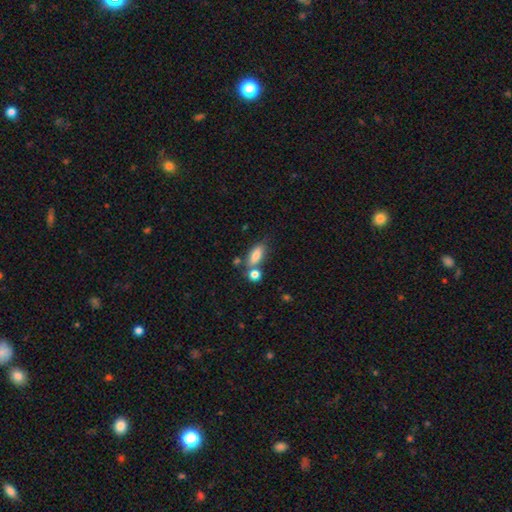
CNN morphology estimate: smooth_or_featured: smooth (p=0.82) [alt: featured or disk p=0.09]
how_rounded: in between (p=0.79) [alt: cigar-shaped p=0.15]
merging: none (p=0.55) [alt: merger p=0.25]